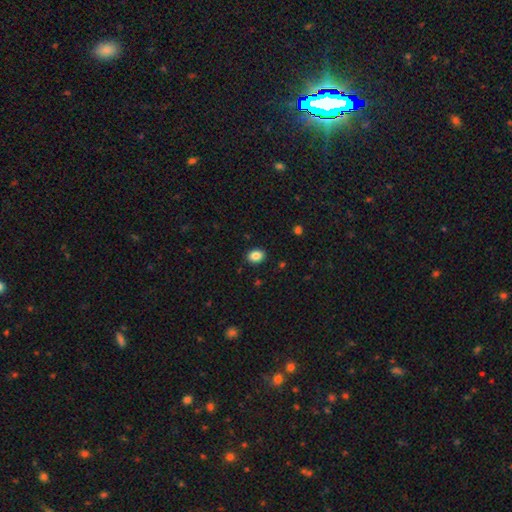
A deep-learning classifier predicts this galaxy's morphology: Smooth or featured? Predicted: smooth (p=0.87). How rounded? Predicted: in between (p=0.61). Merging? Predicted: none (p=0.90).